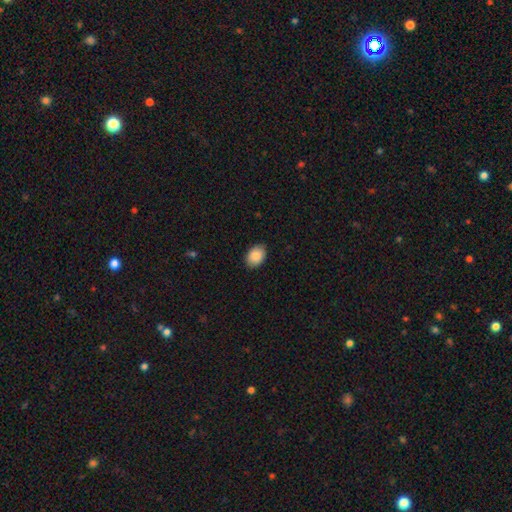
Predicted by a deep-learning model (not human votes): smooth_or_featured: smooth (p=0.89) [alt: star or artifact p=0.07]
how_rounded: in between (p=0.80) [alt: round p=0.19]
merging: none (p=0.87) [alt: minor disturbance p=0.10]